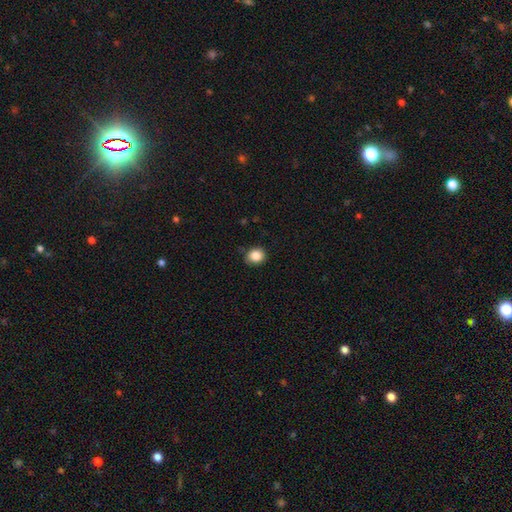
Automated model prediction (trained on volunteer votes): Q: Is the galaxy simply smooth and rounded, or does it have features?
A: smooth — 85%.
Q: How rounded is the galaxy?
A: round — 78%.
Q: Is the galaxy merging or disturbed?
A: none — 79%.